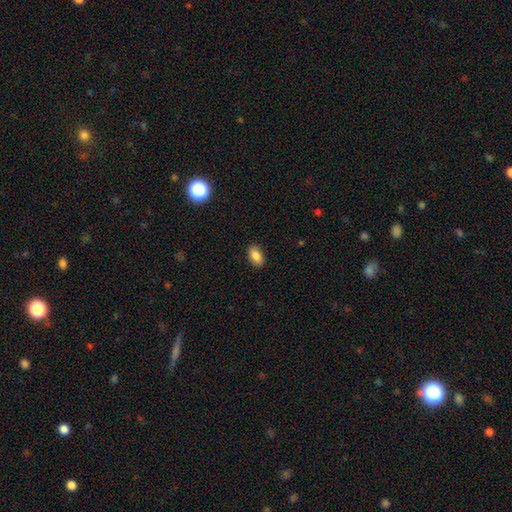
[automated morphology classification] smooth 86%, star or artifact 8%, featured or disk 5%. Down the decision tree: how rounded — in between (91%); merging — none (88%).